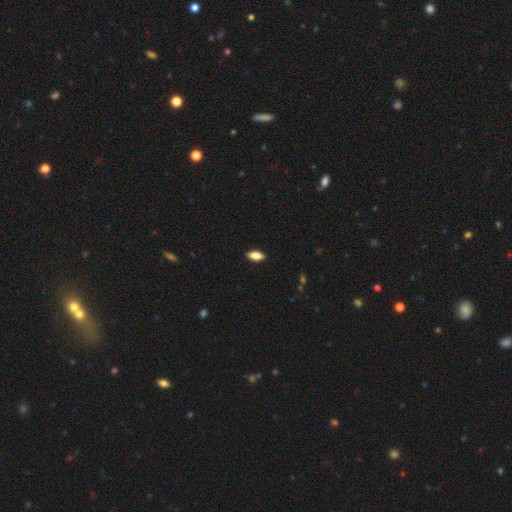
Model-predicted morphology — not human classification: A smooth galaxy with no disk features (81%) that is in between round and cigar-shaped (86%). Merging: none (89%).